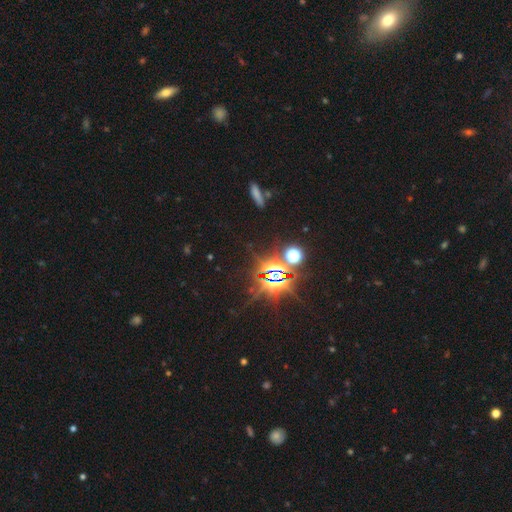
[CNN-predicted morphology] This is clearly a star or artifact rather than a galaxy (83%).